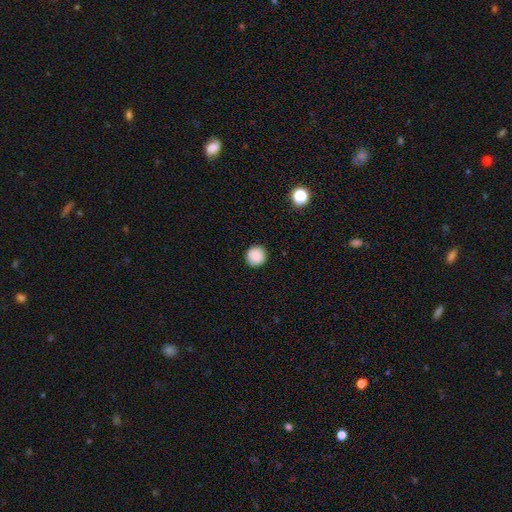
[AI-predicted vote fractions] smooth 88%, star or artifact 9%, featured or disk 4%. Down the decision tree: how rounded — round (94%); merging — none (93%).